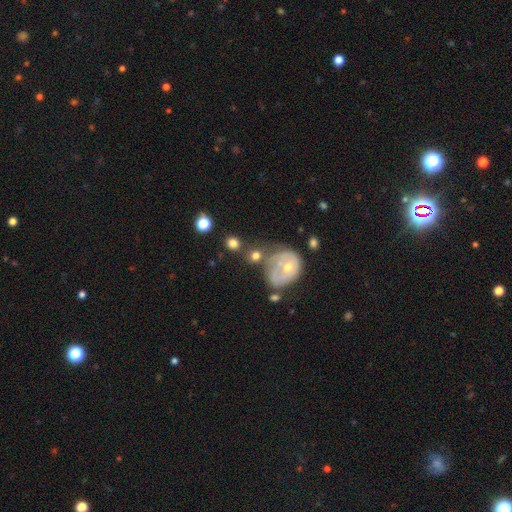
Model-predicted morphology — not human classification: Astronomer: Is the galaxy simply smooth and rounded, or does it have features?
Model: smooth — 68%.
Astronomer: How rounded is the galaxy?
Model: round — 75%.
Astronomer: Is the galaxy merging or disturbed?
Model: none — 48%.